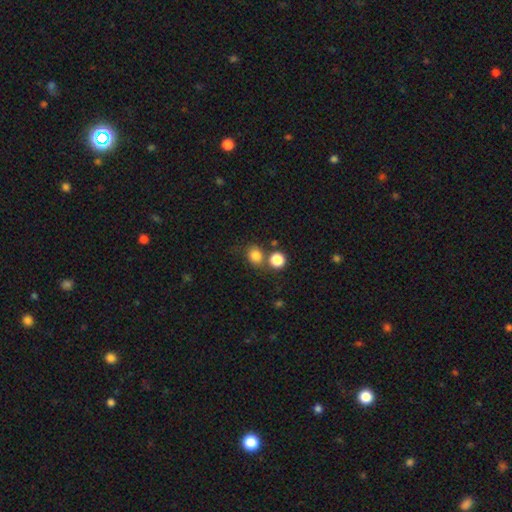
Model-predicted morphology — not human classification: Smooth or featured? smooth (81%)
How rounded? round (66%)
Merging? none (63%)